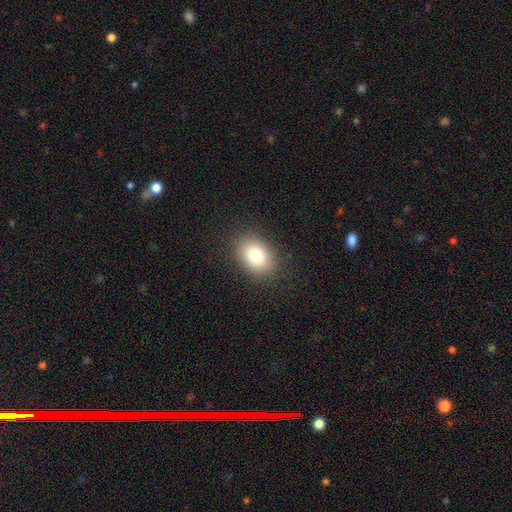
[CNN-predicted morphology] Smooth or featured?
  - smooth: 79% *
  - star or artifact: 11%
  - featured or disk: 10%
How rounded?
  - in between: 67% *
  - round: 32%
  - cigar-shaped: 1%
Merging?
  - none: 88% *
  - minor disturbance: 8%
  - major disturbance: 3%
  - merger: 1%